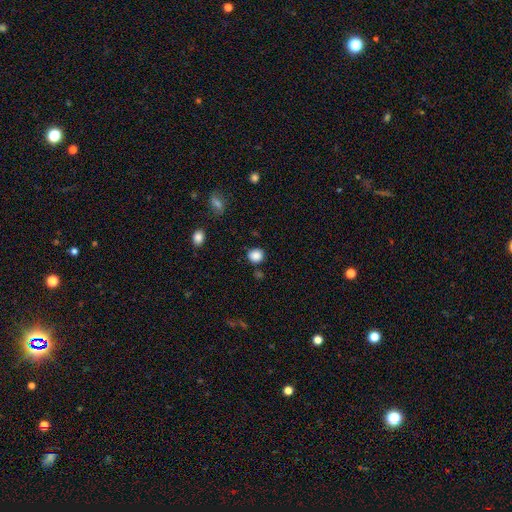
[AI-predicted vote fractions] smooth_or_featured: smooth (p=0.87) [alt: star or artifact p=0.10]
how_rounded: round (p=0.85) [alt: in between p=0.14]
merging: none (p=0.86) [alt: minor disturbance p=0.08]